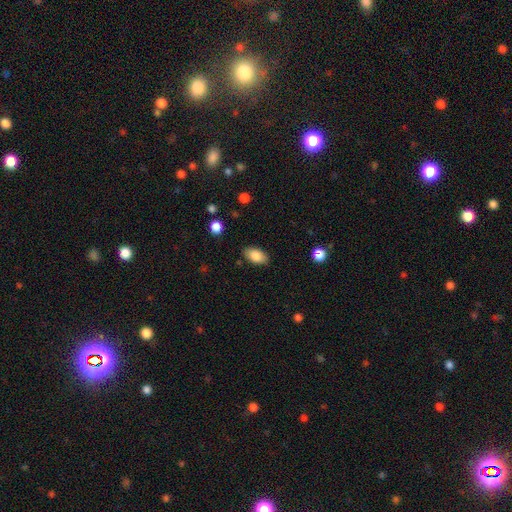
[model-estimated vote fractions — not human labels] smooth_or_featured: smooth (p=0.86) [alt: star or artifact p=0.07]
how_rounded: in between (p=0.92) [alt: round p=0.05]
merging: none (p=0.85) [alt: minor disturbance p=0.11]